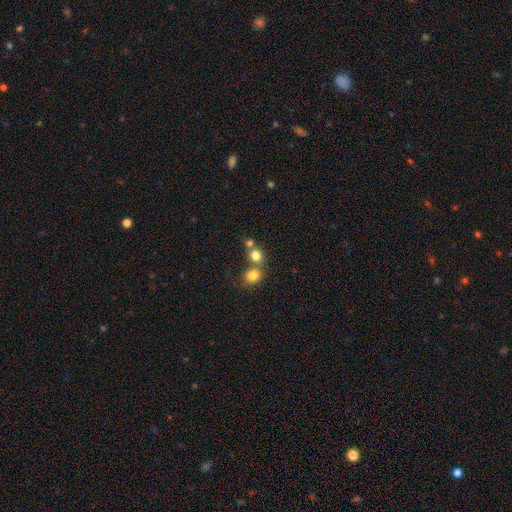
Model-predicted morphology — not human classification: This appears to be a smooth galaxy with no disk features (78%) that is round (80%). Merging: none (47%).